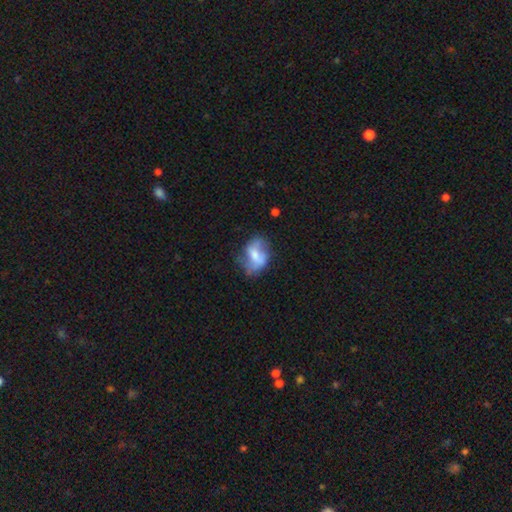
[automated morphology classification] type=featured or disk (47%); merging=none (43%).